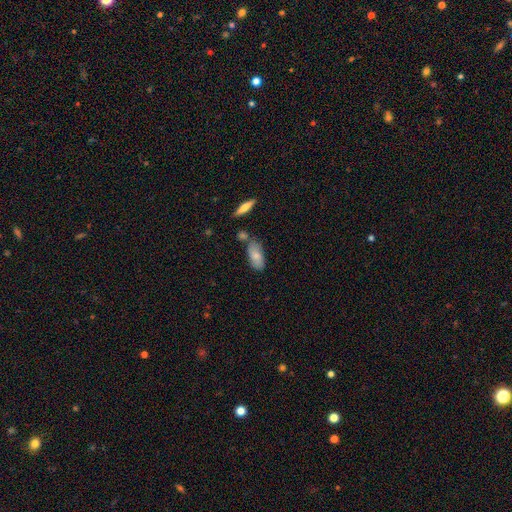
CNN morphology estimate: A smooth galaxy with no disk features (73%) that is in between round and cigar-shaped (86%).

Vote fractions:
- Smooth or featured? smooth: 73% / featured or disk: 21% / star or artifact: 7%
- How rounded? in between: 86% / cigar-shaped: 12% / round: 3%
- Merging? none: 63% / minor disturbance: 20% / merger: 13% / major disturbance: 4%